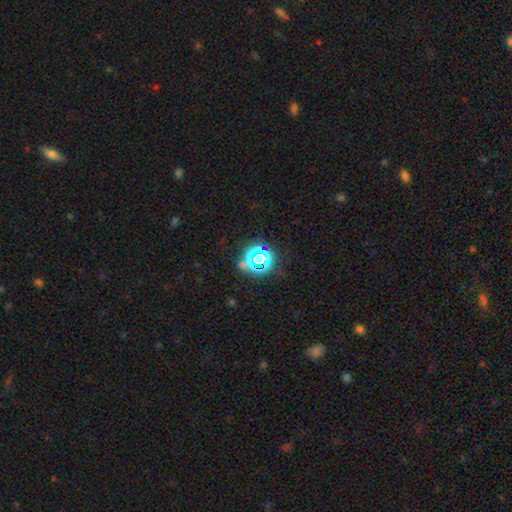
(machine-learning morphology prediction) Smooth or featured? star or artifact (67%)